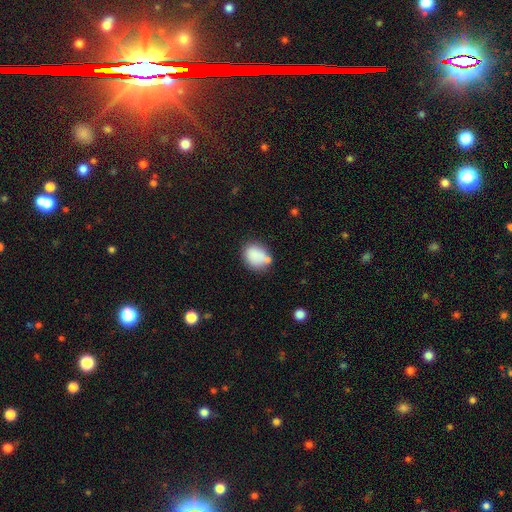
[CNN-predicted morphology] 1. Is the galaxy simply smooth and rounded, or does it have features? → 83% smooth, 8% star or artifact, 8% featured or disk.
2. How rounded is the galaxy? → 54% in between, 45% round, 1% cigar-shaped.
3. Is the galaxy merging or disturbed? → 63% none, 18% minor disturbance, 13% merger, 6% major disturbance.